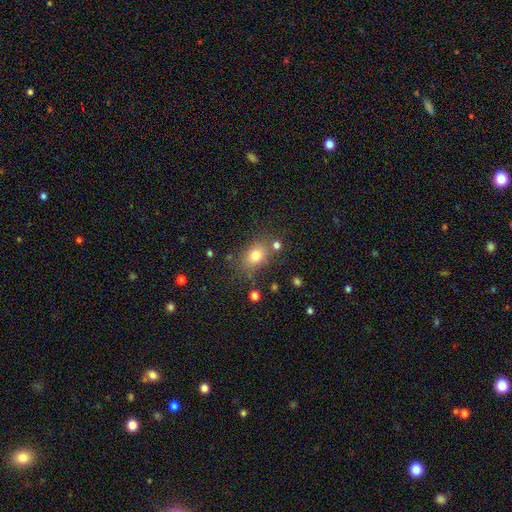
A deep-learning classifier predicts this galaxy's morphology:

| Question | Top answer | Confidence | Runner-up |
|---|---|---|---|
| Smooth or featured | smooth | 77% | star or artifact (13%) |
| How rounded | in between | 66% | round (33%) |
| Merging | none | 72% | minor disturbance (15%) |